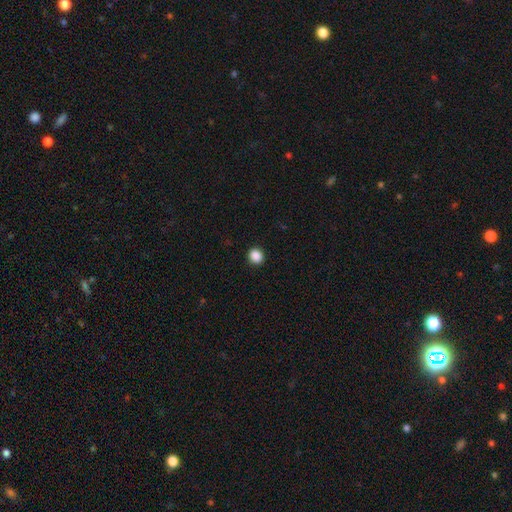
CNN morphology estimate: This is clearly a smooth galaxy (88%). How rounded: likely round (78%). Merging: clearly none (92%).